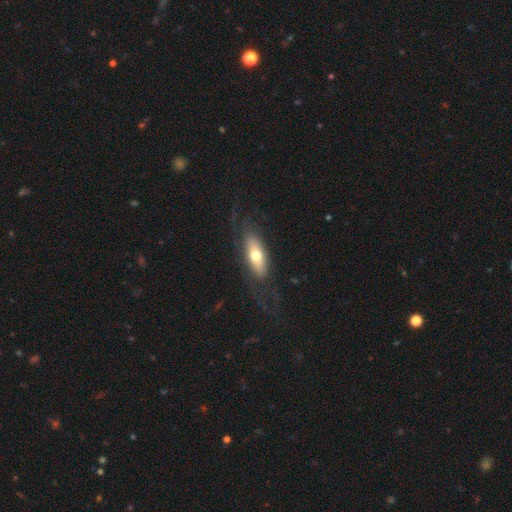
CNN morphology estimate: smooth 52%, featured or disk 42%, star or artifact 6%. Down the decision tree: how rounded — in between (66%); merging — none (71%).